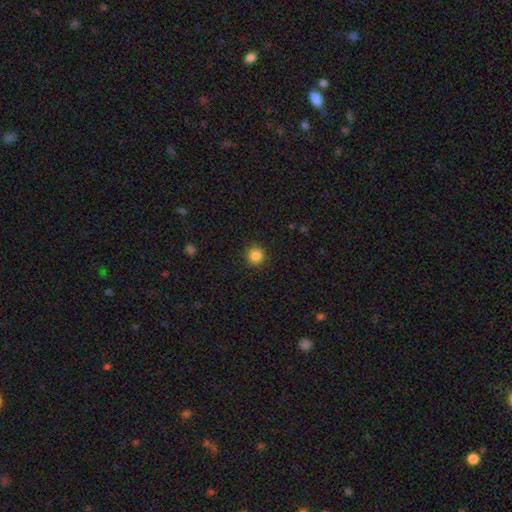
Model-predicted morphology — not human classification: This appears to be a smooth galaxy with no disk features (86%) that is round (94%). Merging: none (91%).